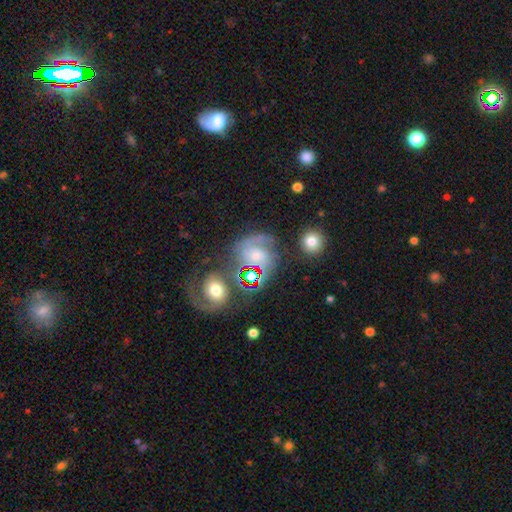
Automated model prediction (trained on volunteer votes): Q: Smooth or featured?
A: featured or disk (67%); runner-up: smooth (18%)
Q: Edge-on disk?
A: no (98%); runner-up: yes (2%)
Q: Bar?
A: no (66%); runner-up: weak (27%)
Q: Spiral arms?
A: yes (93%); runner-up: no (7%)
Q: Spiral winding?
A: medium (50%); runner-up: tight (34%)
Q: Spiral arm count?
A: 2 (61%); runner-up: can't tell (13%)
Q: Bulge size?
A: small (42%); runner-up: moderate (40%)
Q: Merging?
A: none (51%); runner-up: minor disturbance (21%)